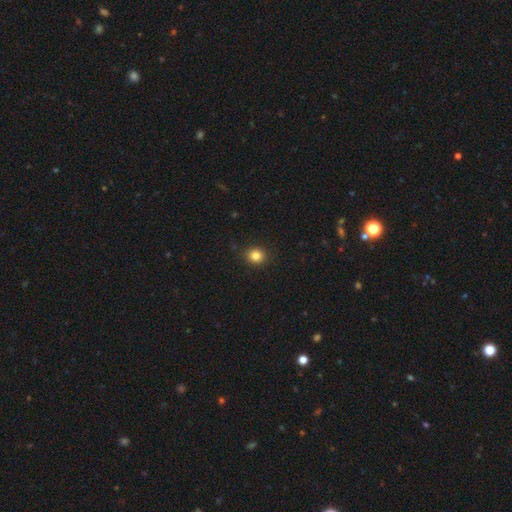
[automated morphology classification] Smooth or featured?
  - smooth: 84% *
  - star or artifact: 12%
  - featured or disk: 5%
How rounded?
  - round: 82% *
  - in between: 17%
  - cigar-shaped: 1%
Merging?
  - none: 90% *
  - minor disturbance: 7%
  - major disturbance: 2%
  - merger: 1%